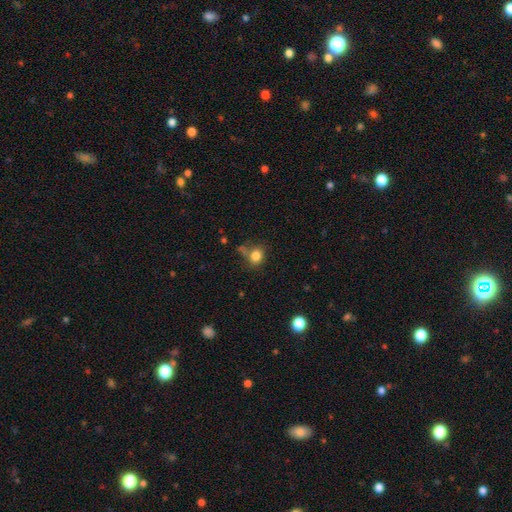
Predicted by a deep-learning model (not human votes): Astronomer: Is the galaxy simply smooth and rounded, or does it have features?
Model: smooth — 81%.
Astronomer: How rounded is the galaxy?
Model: round — 64%.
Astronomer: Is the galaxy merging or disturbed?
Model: none — 57%.